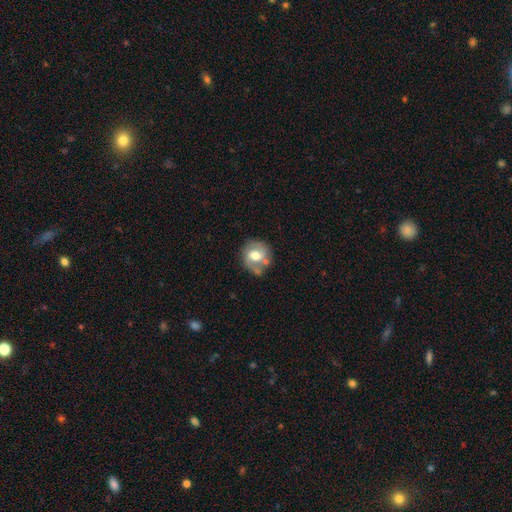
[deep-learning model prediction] Smooth or featured? featured or disk (48%)
Merging? none (51%)